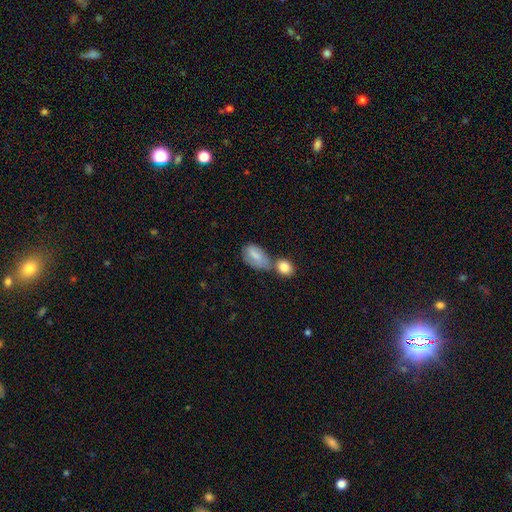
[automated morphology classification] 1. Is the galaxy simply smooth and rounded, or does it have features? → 75% smooth, 18% featured or disk, 7% star or artifact.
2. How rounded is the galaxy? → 89% in between, 7% round, 4% cigar-shaped.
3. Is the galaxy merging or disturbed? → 44% merger, 30% none, 17% minor disturbance, 9% major disturbance.